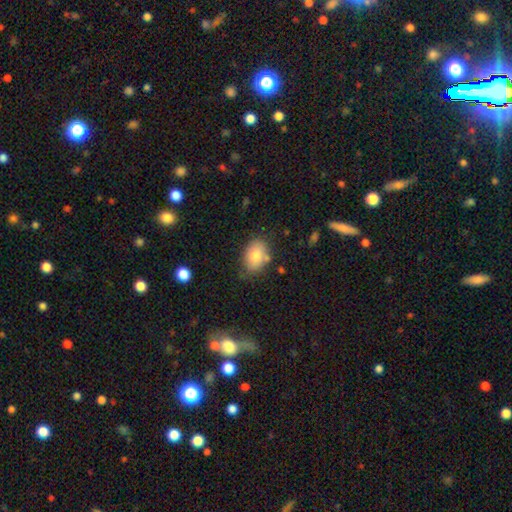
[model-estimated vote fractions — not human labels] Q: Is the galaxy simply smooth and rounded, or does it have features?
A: smooth — 79%.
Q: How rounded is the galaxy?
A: in between — 76%.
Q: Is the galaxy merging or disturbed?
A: none — 68%.